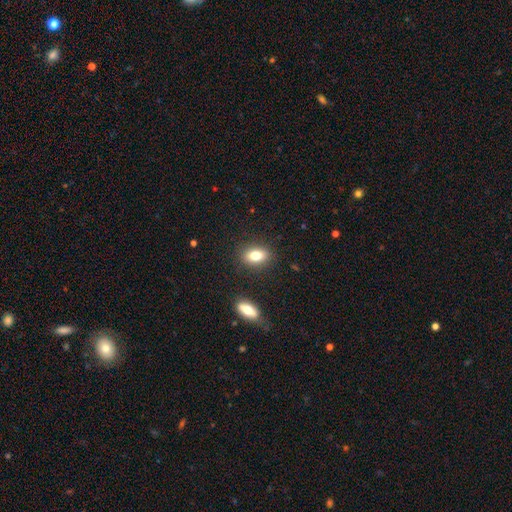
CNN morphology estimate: type=smooth (80%); roundness=in between (82%); merging=none (86%).